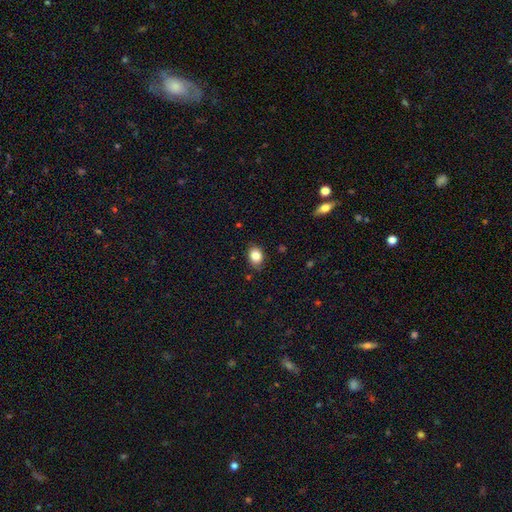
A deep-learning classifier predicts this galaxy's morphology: smooth 85%, star or artifact 9%, featured or disk 6%. Down the decision tree: how rounded — in between (64%); merging — none (80%).